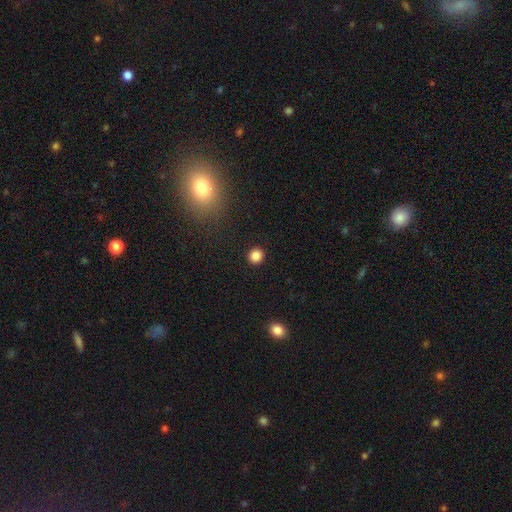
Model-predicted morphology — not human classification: smooth-or-featured: smooth: 85% | star or artifact: 12% | featured or disk: 3%
  how-rounded: round: 92% | in between: 7% | cigar-shaped: 1%
  merging: none: 92% | minor disturbance: 5% | major disturbance: 2% | merger: 1%